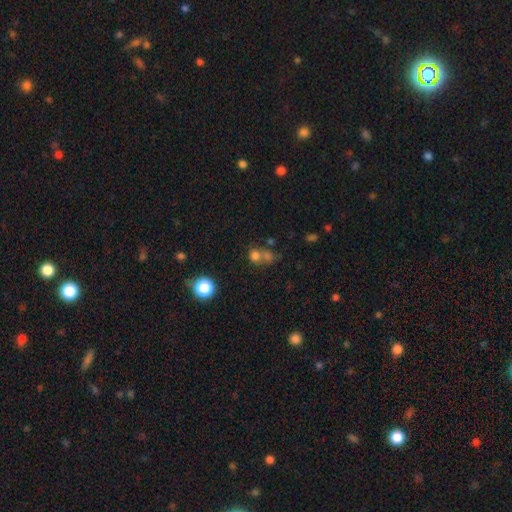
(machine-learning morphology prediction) Smooth or featured? smooth (60%)
How rounded? round (82%)
Merging? none (45%)